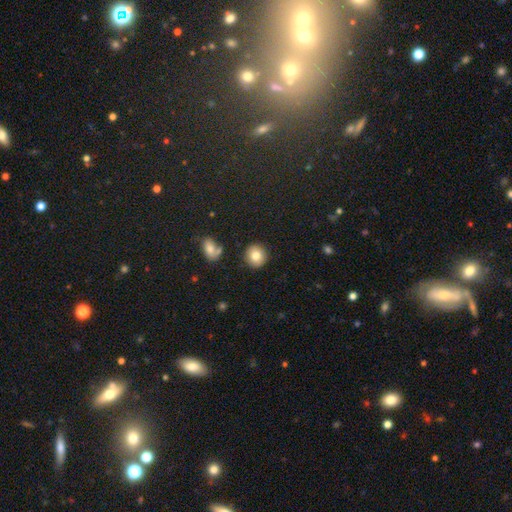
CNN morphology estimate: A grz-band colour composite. It shows a smooth galaxy with no disk features (81%) that is round (88%). Merging: none (88%).